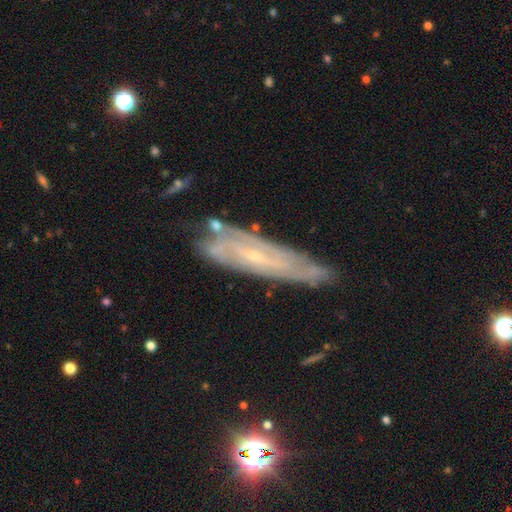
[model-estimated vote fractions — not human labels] Overall: featured or disk (78%). Edge-on disk: no (72%). Bar: no (52%; weak 37%). Spiral arms: yes (89%). Bulge size: small (80%). Merging: none (69%).